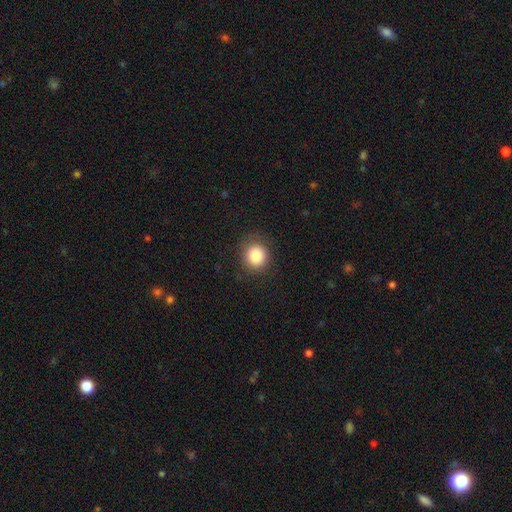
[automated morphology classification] smooth_or_featured: smooth (p=0.85) [alt: star or artifact p=0.10]
how_rounded: round (p=0.87) [alt: in between p=0.12]
merging: none (p=0.87) [alt: minor disturbance p=0.09]